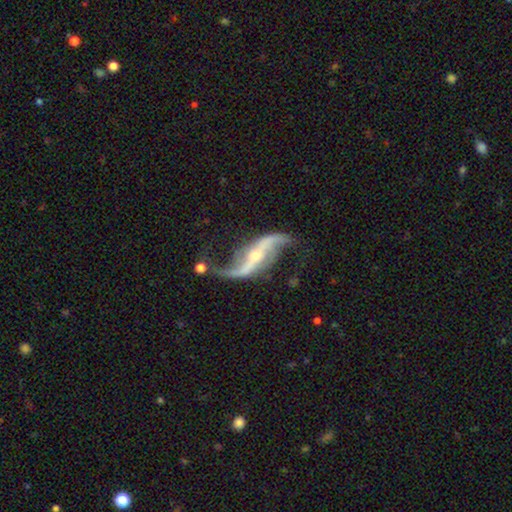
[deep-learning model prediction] This appears to be a featured or disk galaxy (91%) with a strong bar (50%), 2 (93%) loose (89%) spiral arms (96%) and a small central bulge (60%). Merging: none (64%).